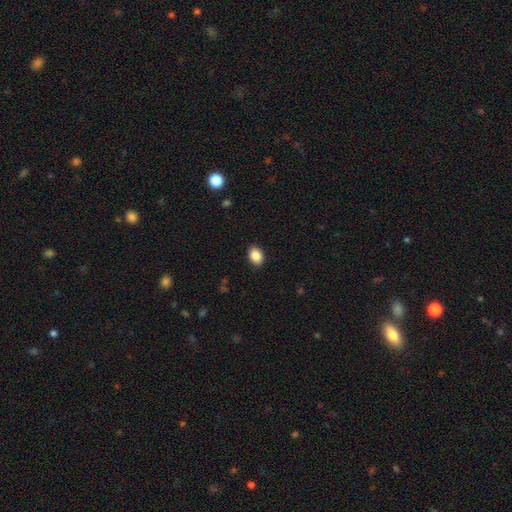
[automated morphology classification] A smooth galaxy with no disk features (87%) that is in between round and cigar-shaped (77%).

Vote fractions:
- Smooth or featured? smooth: 87% / star or artifact: 8% / featured or disk: 5%
- How rounded? in between: 77% / round: 22% / cigar-shaped: 1%
- Merging? none: 89% / minor disturbance: 8% / major disturbance: 2% / merger: 1%